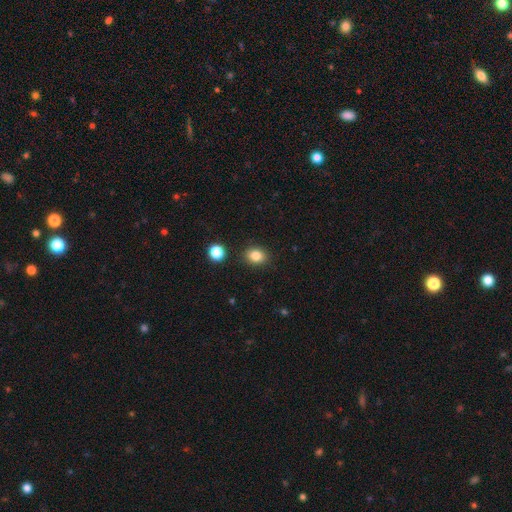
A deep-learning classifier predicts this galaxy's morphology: smooth_or_featured: smooth (p=0.84) [alt: star or artifact p=0.11]
how_rounded: round (p=0.51) [alt: in between p=0.48]
merging: none (p=0.86) [alt: minor disturbance p=0.09]